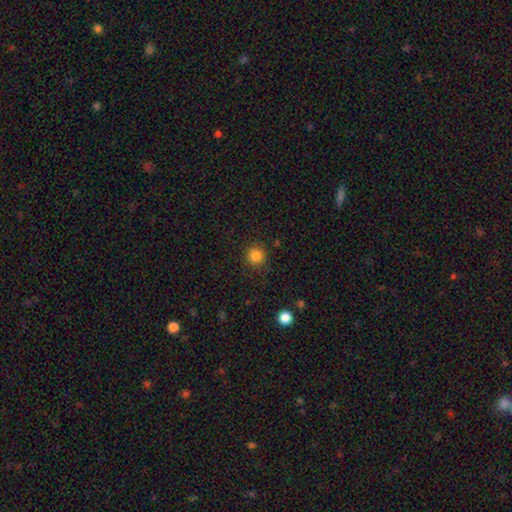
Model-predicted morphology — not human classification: Smooth or featured?
  - smooth: 84% *
  - star or artifact: 12%
  - featured or disk: 4%
How rounded?
  - round: 94% *
  - in between: 5%
  - cigar-shaped: 1%
Merging?
  - none: 89% *
  - minor disturbance: 7%
  - major disturbance: 3%
  - merger: 1%